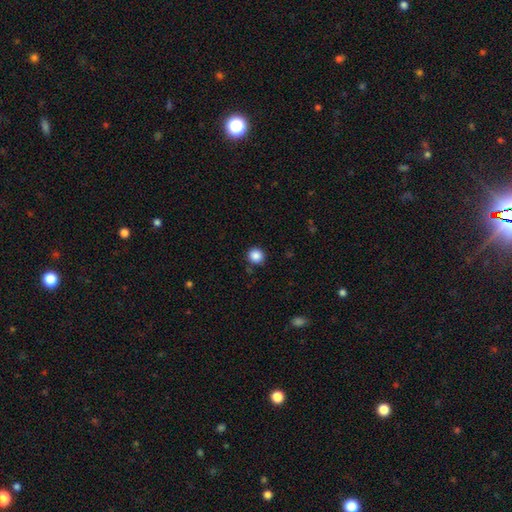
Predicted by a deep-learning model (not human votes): The model was most divided on "smooth or featured": smooth: 87%, star or artifact: 10%, featured or disk: 3%. More confident: how rounded — round (91%); merging — none (87%).